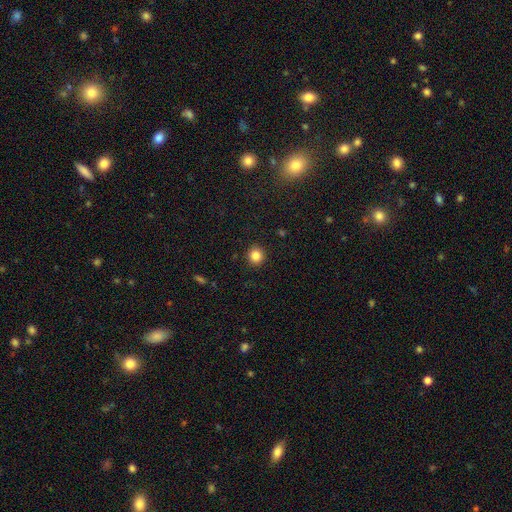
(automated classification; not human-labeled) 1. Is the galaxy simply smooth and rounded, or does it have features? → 84% smooth, 11% star or artifact, 5% featured or disk.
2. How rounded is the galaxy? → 90% round, 9% in between, 1% cigar-shaped.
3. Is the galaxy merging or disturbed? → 92% none, 5% minor disturbance, 2% major disturbance, 1% merger.